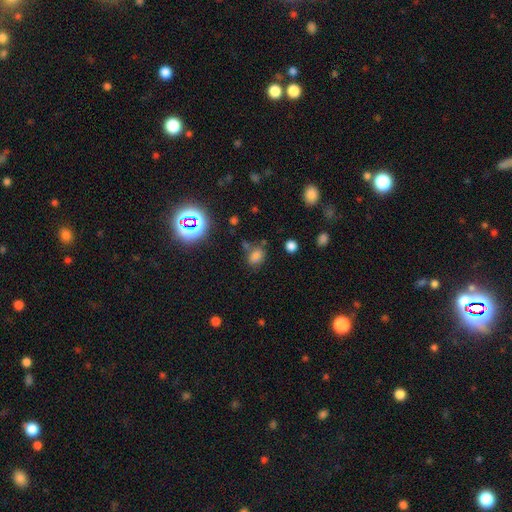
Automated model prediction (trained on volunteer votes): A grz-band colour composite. It shows a smooth galaxy with no disk features (71%) that is in between round and cigar-shaped (61%). Merging: none (69%).